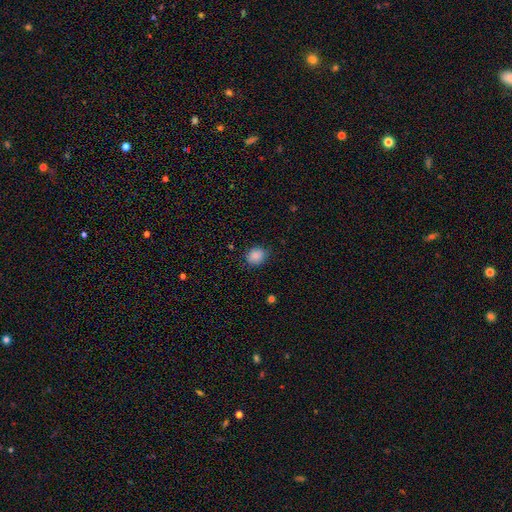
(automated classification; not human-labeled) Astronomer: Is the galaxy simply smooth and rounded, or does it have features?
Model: smooth — 87%.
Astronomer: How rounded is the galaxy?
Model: round — 62% (runner-up: in between, 37%).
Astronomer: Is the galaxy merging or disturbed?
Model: none — 82%.